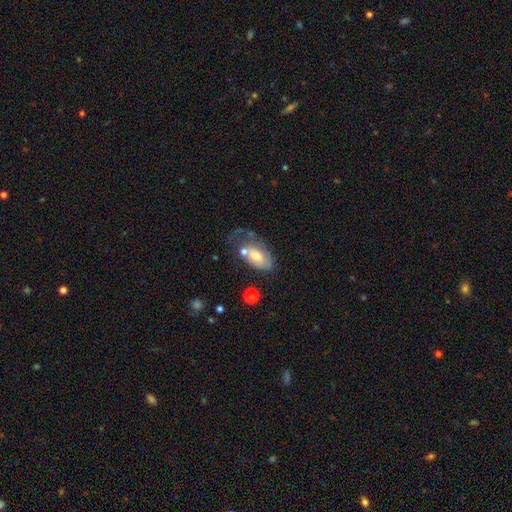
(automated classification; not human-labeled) Smooth or featured? Predicted: smooth (p=0.54). How rounded? Predicted: in between (p=0.90). Merging? Predicted: major disturbance (p=0.34).